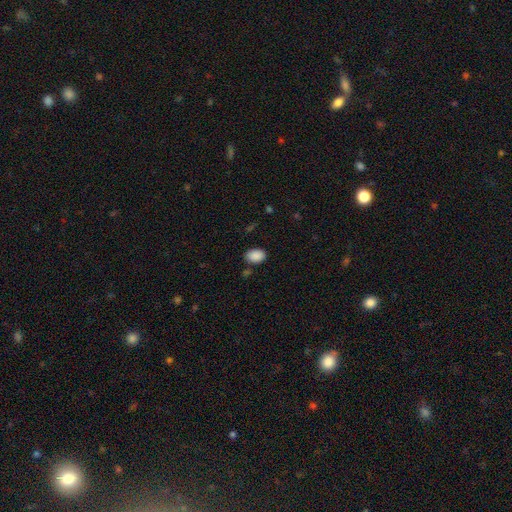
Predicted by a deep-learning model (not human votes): smooth 89%, star or artifact 8%, featured or disk 3%. Down the decision tree: how rounded — in between (84%); merging — none (82%).